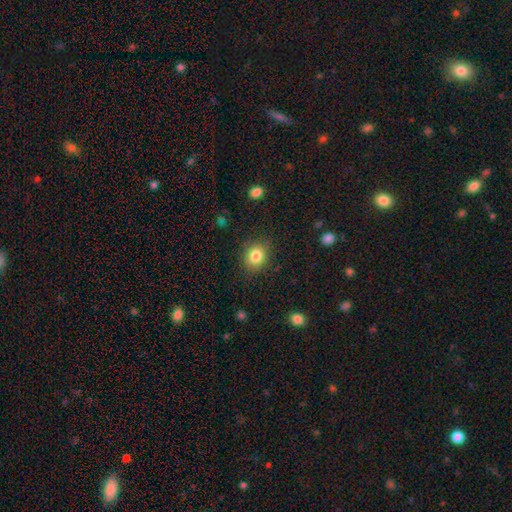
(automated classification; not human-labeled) Morphology: type=smooth (83%); roundness=round (72%); merging=none (85%).